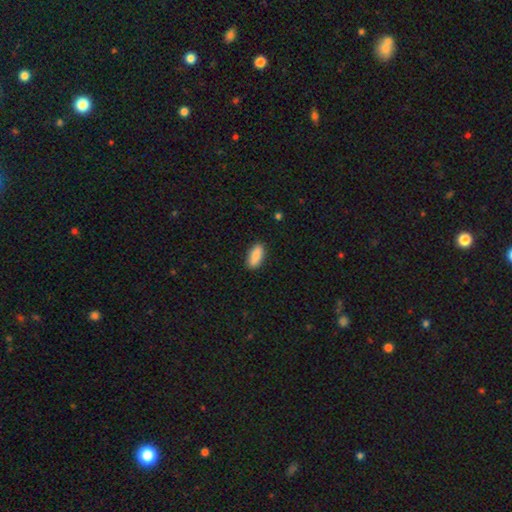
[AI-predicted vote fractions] A smooth galaxy with no disk features (87%) that is in between round and cigar-shaped (82%). Merging: none (89%).